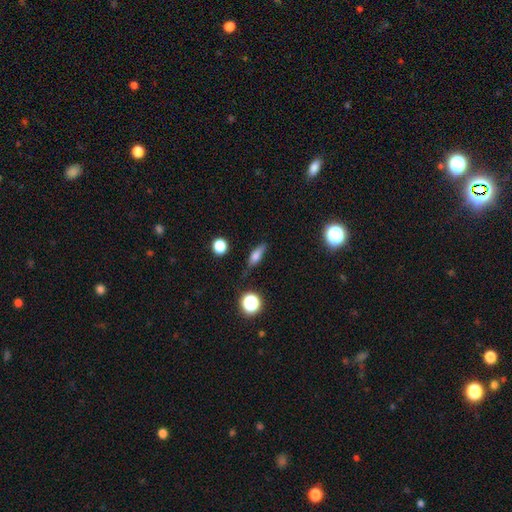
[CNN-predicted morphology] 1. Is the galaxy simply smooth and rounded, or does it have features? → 60% smooth, 29% featured or disk, 11% star or artifact.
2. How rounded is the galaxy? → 48% cigar-shaped, 42% in between, 10% round.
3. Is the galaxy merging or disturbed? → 75% none, 18% minor disturbance, 5% major disturbance, 2% merger.